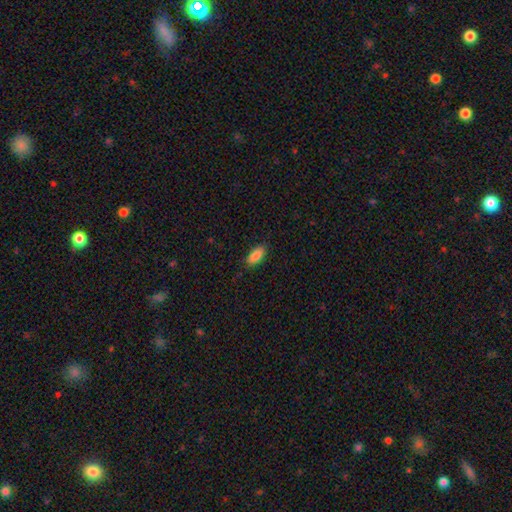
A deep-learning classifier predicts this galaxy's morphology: Smooth or featured: smooth — 87% (star or artifact — 7%)
How rounded: in between — 84% (cigar-shaped — 14%)
Merging: none — 85% (minor disturbance — 11%)